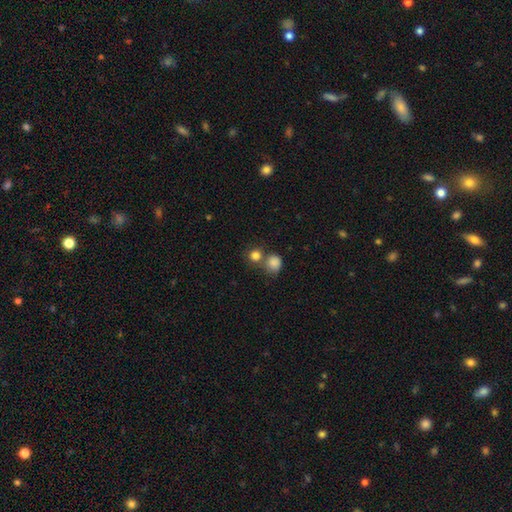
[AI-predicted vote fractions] Morphology: type=smooth (83%); roundness=round (86%); merging=none (52%).